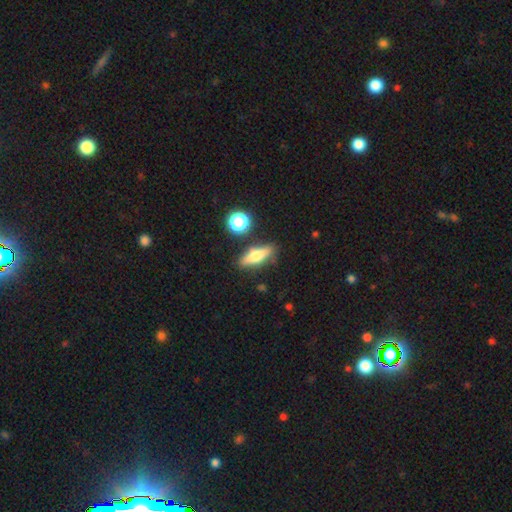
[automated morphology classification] The model was most divided on "how rounded": cigar-shaped: 52%, in between: 41%, round: 7%. More confident: merging — none (81%); smooth or featured — smooth (52%).